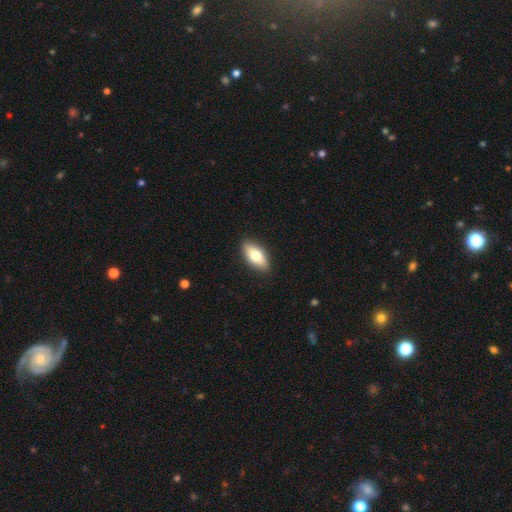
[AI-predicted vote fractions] A smooth galaxy with no disk features (74%) that is in between round and cigar-shaped (85%). Merging: none (89%).